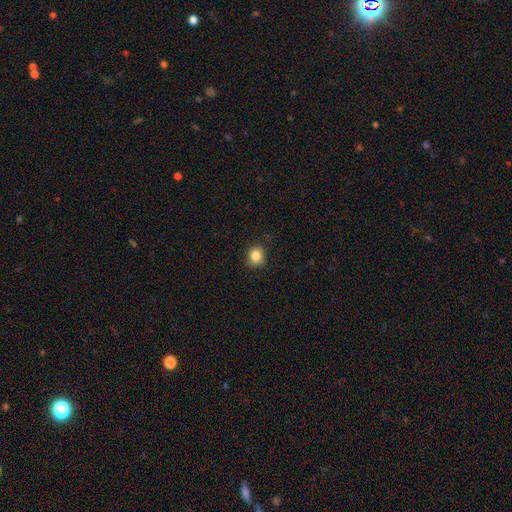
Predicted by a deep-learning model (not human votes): smooth 85%, star or artifact 10%, featured or disk 4%. Down the decision tree: how rounded — round (78%); merging — none (88%).